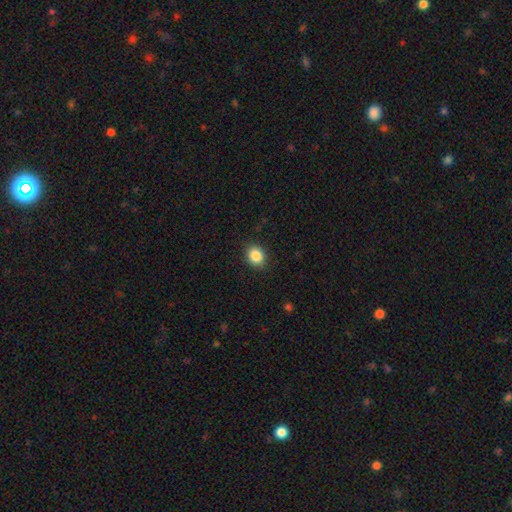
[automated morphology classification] type=smooth (87%); roundness=round (59%); merging=none (89%).